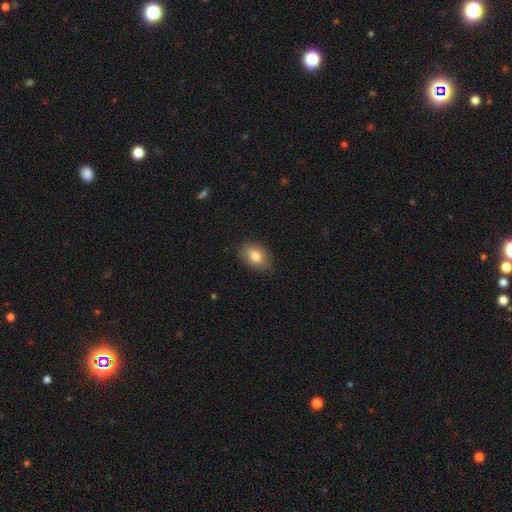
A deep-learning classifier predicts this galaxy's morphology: Smooth or featured: smooth — 81% (featured or disk — 11%)
How rounded: in between — 82% (round — 16%)
Merging: none — 86% (minor disturbance — 11%)